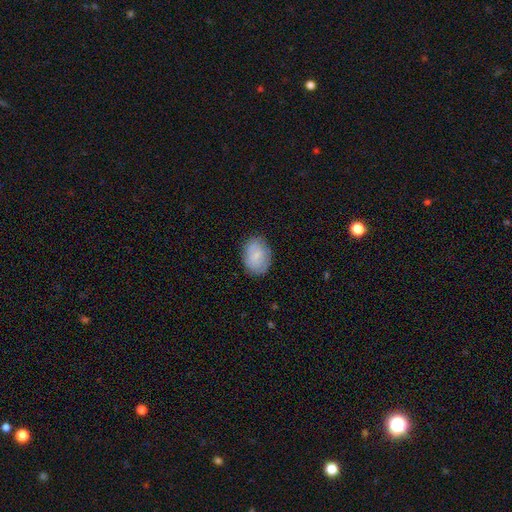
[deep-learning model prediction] This appears to be a smooth galaxy with no disk features (67%) that is in between round and cigar-shaped (74%). Merging: none (79%).